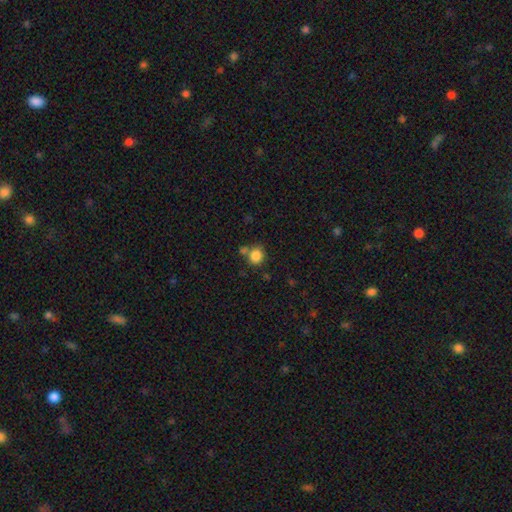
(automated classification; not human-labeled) smooth_or_featured: smooth (p=0.85) [alt: star or artifact p=0.10]
how_rounded: round (p=0.83) [alt: in between p=0.16]
merging: none (p=0.63) [alt: merger p=0.21]